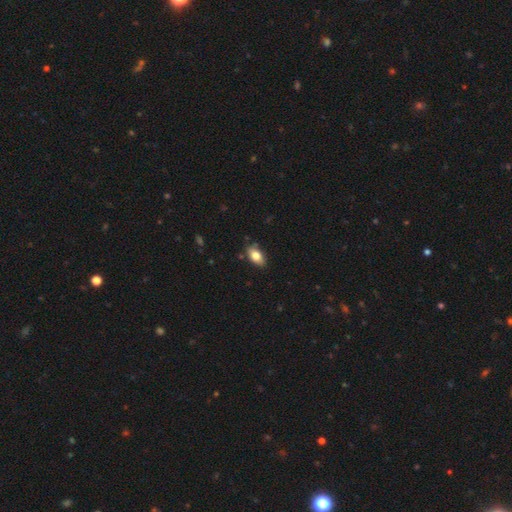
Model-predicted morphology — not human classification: Smooth or featured: smooth — 80% (featured or disk — 13%)
How rounded: in between — 90% (round — 7%)
Merging: none — 79% (minor disturbance — 17%)